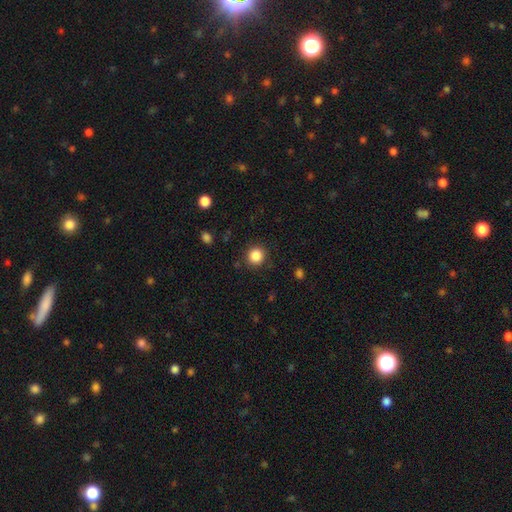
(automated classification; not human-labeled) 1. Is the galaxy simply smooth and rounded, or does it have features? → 86% smooth, 11% star or artifact, 3% featured or disk.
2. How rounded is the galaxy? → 92% round, 7% in between, 1% cigar-shaped.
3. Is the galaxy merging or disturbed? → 89% none, 7% minor disturbance, 3% major disturbance, 1% merger.